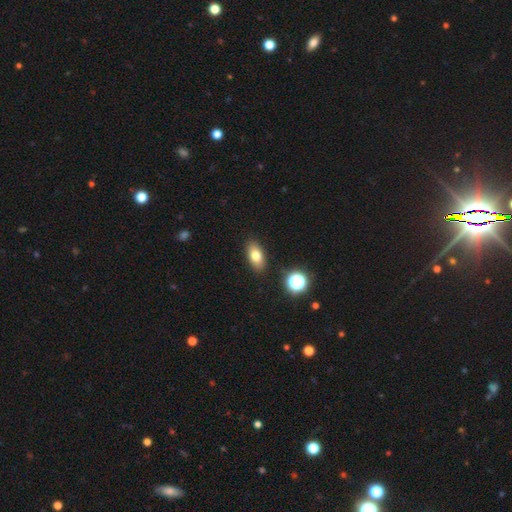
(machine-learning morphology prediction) smooth-or-featured: smooth: 77% | featured or disk: 12% | star or artifact: 10%
  how-rounded: in between: 85% | round: 8% | cigar-shaped: 7%
  merging: none: 88% | minor disturbance: 8% | major disturbance: 2% | merger: 2%